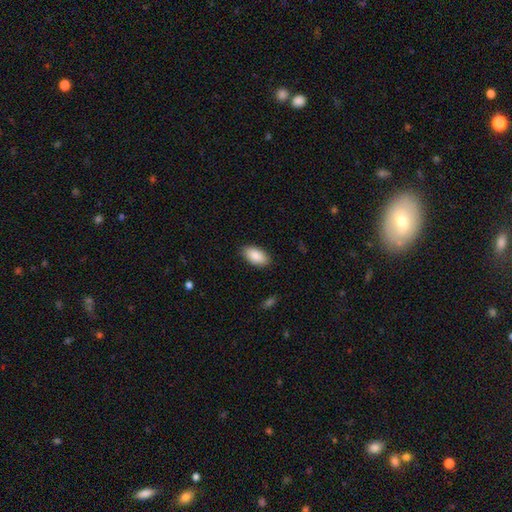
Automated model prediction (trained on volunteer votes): Morphology: type=smooth (88%); roundness=in between (94%); merging=none (87%).